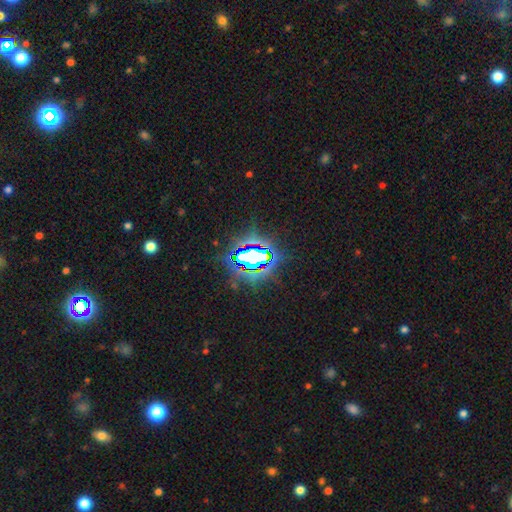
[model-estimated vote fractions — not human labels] Smooth or featured? star or artifact (84%)